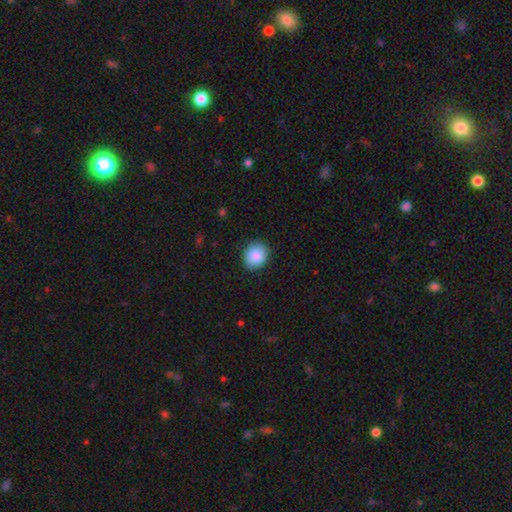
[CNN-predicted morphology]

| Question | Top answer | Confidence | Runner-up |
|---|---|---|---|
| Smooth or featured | smooth | 87% | star or artifact (7%) |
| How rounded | round | 67% | in between (32%) |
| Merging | none | 87% | minor disturbance (10%) |